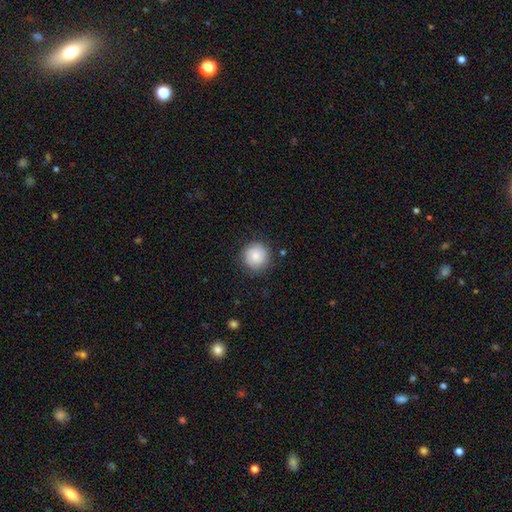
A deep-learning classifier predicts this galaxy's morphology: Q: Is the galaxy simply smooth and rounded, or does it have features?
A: smooth — 71%.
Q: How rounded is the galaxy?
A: round — 94%.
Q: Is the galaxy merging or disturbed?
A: none — 85%.